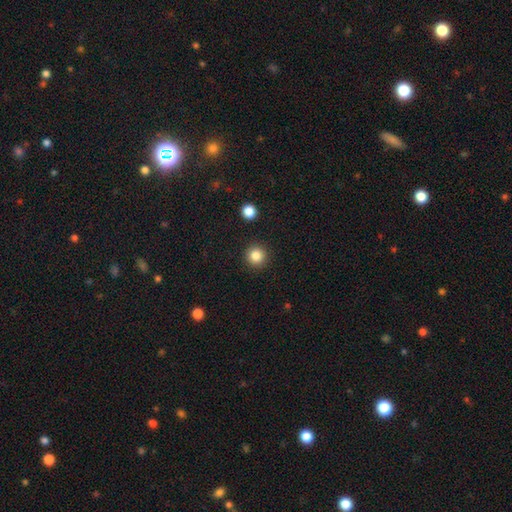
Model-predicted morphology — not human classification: Smooth or featured? smooth (84%)
How rounded? round (96%)
Merging? none (91%)